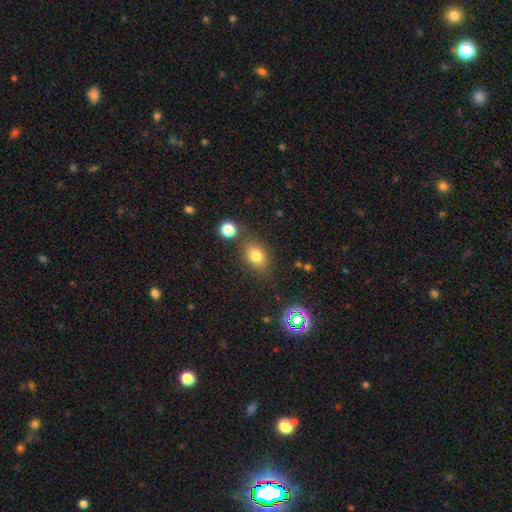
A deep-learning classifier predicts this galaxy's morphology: smooth_or_featured: smooth (p=0.78) [alt: star or artifact p=0.13]
how_rounded: in between (p=0.65) [alt: round p=0.33]
merging: none (p=0.72) [alt: minor disturbance p=0.15]